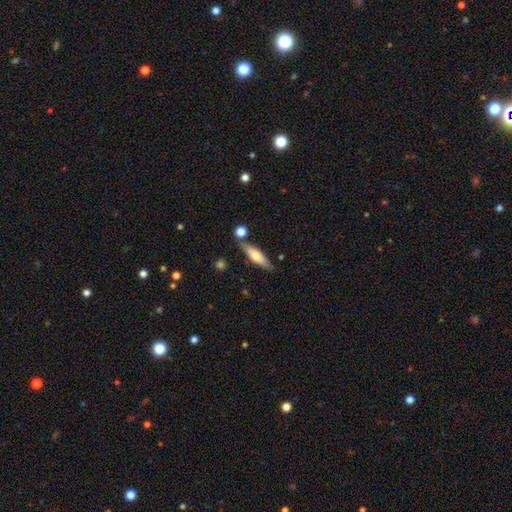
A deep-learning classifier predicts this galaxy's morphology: Overall: smooth (56%; featured or disk 38%). How rounded: cigar-shaped (65%; in between 33%). Merging: none (78%).